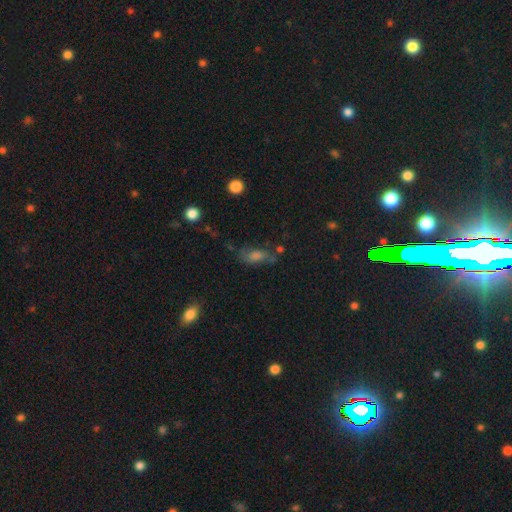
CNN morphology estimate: Q: Smooth or featured?
A: smooth (58%); runner-up: featured or disk (23%)
Q: How rounded?
A: in between (76%); runner-up: cigar-shaped (16%)
Q: Merging?
A: none (55%); runner-up: minor disturbance (24%)